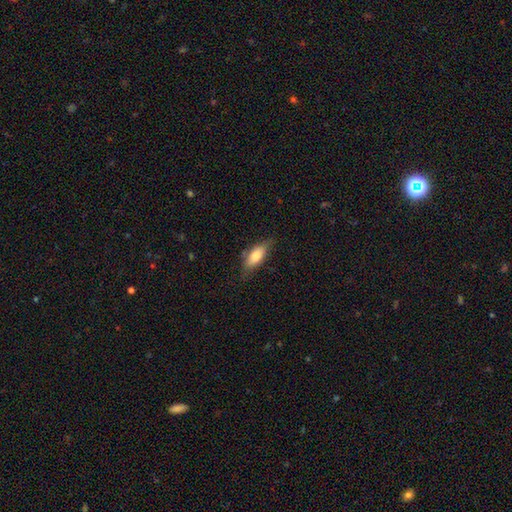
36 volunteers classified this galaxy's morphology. type=smooth (72%); roundness=in between (69%); merging=none (51%).